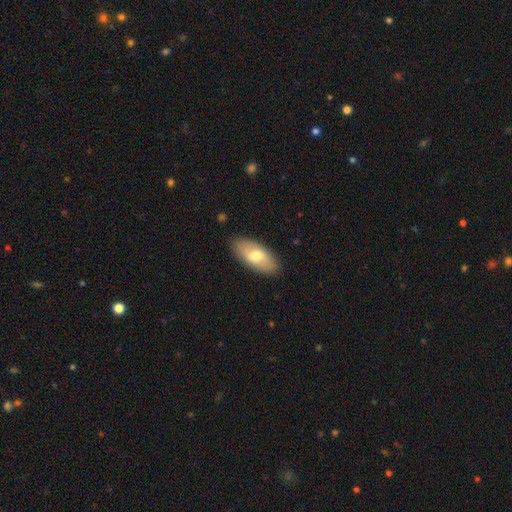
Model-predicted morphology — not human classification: The model was most divided on "smooth or featured": smooth: 67%, featured or disk: 27%, star or artifact: 6%. More confident: how rounded — in between (90%); merging — none (88%).